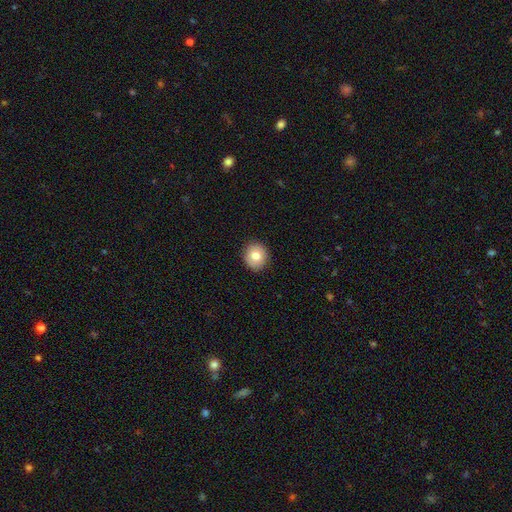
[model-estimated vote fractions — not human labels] A smooth galaxy with no disk features (78%) that is round (86%). Merging: none (90%).